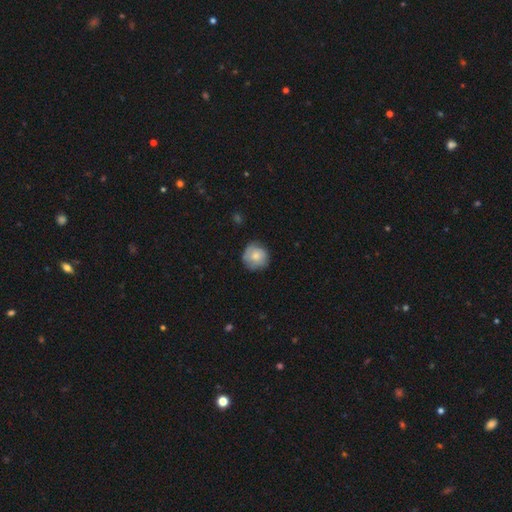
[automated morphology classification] Smooth or featured? Predicted: smooth (p=0.71). How rounded? Predicted: round (p=0.91). Merging? Predicted: none (p=0.72).